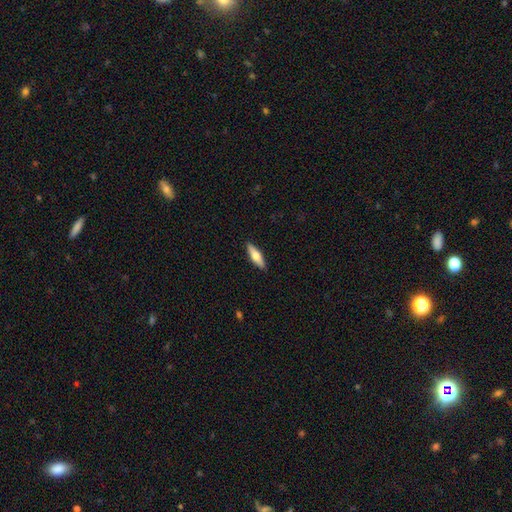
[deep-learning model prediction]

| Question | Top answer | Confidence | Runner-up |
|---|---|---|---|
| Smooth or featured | smooth | 59% | featured or disk (36%) |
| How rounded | cigar-shaped | 57% | in between (41%) |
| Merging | none | 91% | minor disturbance (7%) |